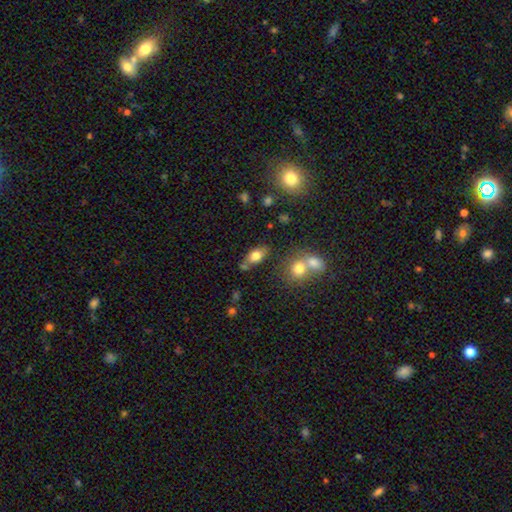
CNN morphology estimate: Smooth or featured: smooth — 77% (featured or disk — 13%)
How rounded: in between — 86% (round — 9%)
Merging: none — 67% (minor disturbance — 15%)